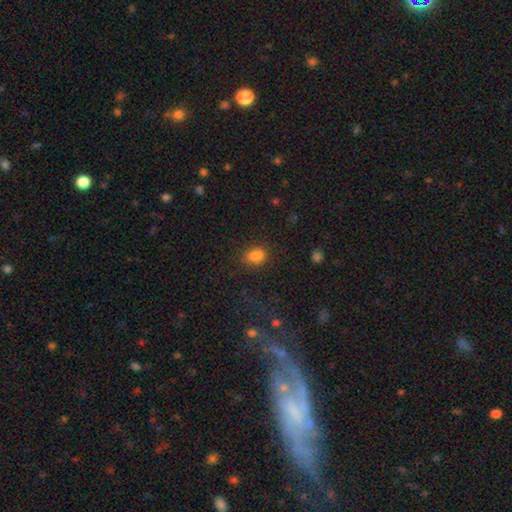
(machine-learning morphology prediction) A smooth galaxy with no disk features (75%) that is in between round and cigar-shaped (67%).

Vote fractions:
- Smooth or featured? smooth: 75% / star or artifact: 16% / featured or disk: 9%
- How rounded? in between: 67% / round: 29% / cigar-shaped: 3%
- Merging? none: 57% / merger: 20% / minor disturbance: 17% / major disturbance: 7%